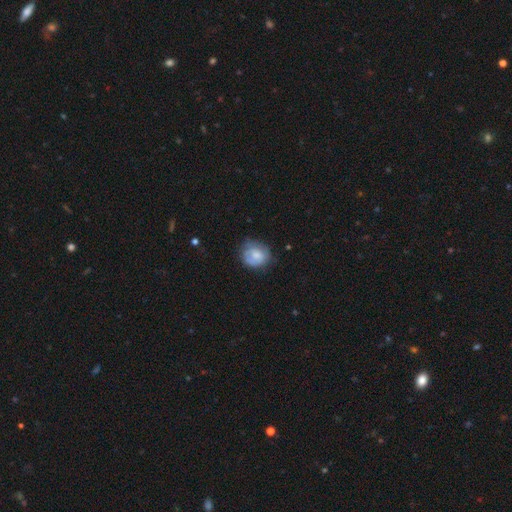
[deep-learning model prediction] Morphology: type=smooth (65%); roundness=round (73%); merging=none (59%).